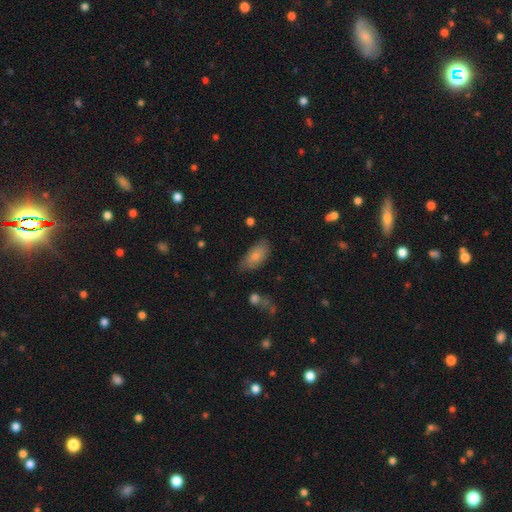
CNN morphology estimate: A smooth galaxy with no disk features (76%) that is in between round and cigar-shaped (92%).

Vote fractions:
- Smooth or featured? smooth: 76% / featured or disk: 18% / star or artifact: 6%
- How rounded? in between: 92% / cigar-shaped: 5% / round: 4%
- Merging? none: 68% / minor disturbance: 24% / major disturbance: 5% / merger: 3%